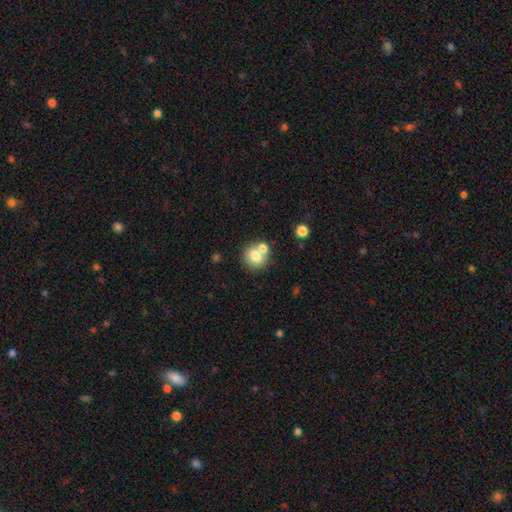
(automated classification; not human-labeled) The model was most divided on "merging": none: 55%, merger: 33%, minor disturbance: 9%, major disturbance: 3%. More confident: how rounded — round (81%); smooth or featured — smooth (76%).